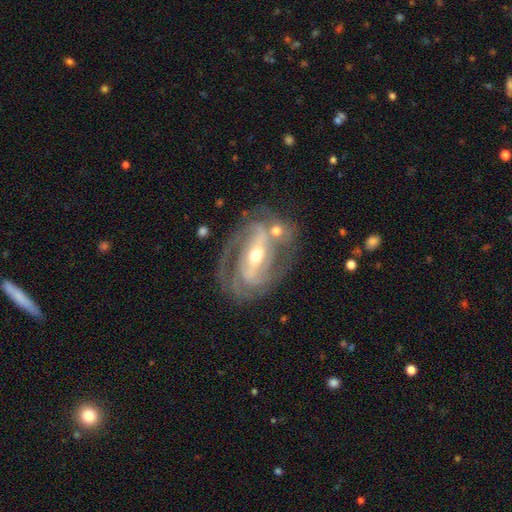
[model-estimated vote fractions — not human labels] Overall: featured or disk (88%). Edge-on disk: no (95%). Bar: strong (56%; weak 30%). Spiral arms: yes (94%). Spiral arm count: 2 (62%). Spiral winding: tight (47%; medium 41%). Bulge size: moderate (62%; small 32%). Merging: none (60%).